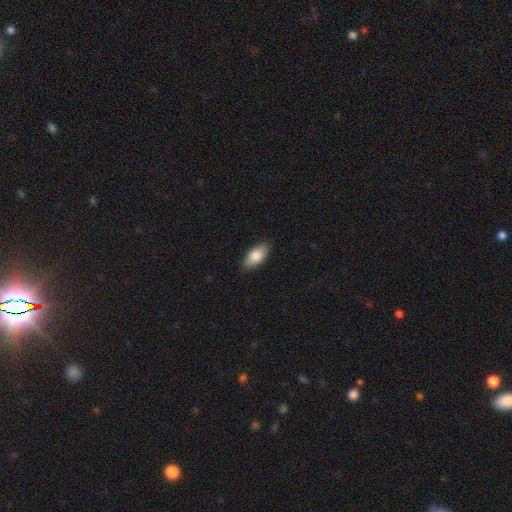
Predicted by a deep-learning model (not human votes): Overall: smooth (86%). How rounded: in between (91%). Merging: none (87%).